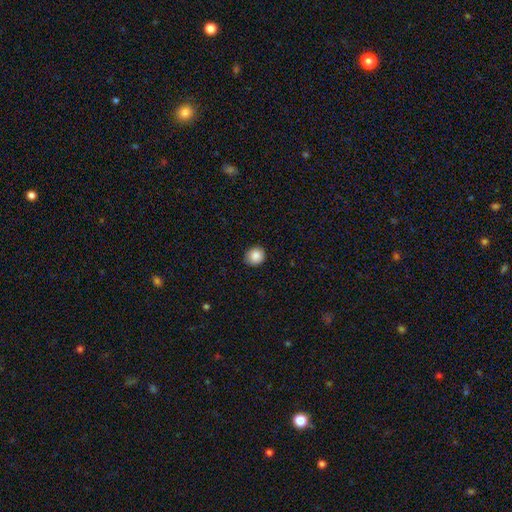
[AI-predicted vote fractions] Smooth or featured? smooth (87%)
How rounded? round (77%)
Merging? none (87%)